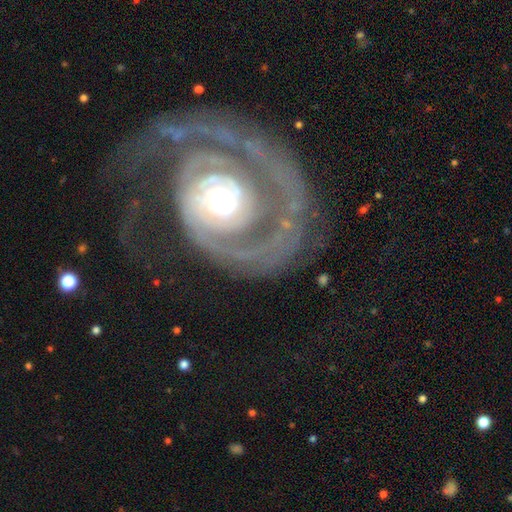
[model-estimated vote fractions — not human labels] smooth_or_featured: featured or disk (p=0.91) [alt: smooth p=0.05]
disk_edge_on: no (p=0.98) [alt: yes p=0.02]
bar: no (p=0.74) [alt: weak p=0.18]
has_spiral_arms: yes (p=0.95) [alt: no p=0.05]
spiral_winding: tight (p=0.67) [alt: medium p=0.25]
spiral_arm_count: 2 (p=0.35) [alt: 1 p=0.32]
bulge_size: moderate (p=0.60) [alt: large p=0.19]
merging: none (p=0.51) [alt: major disturbance p=0.28]